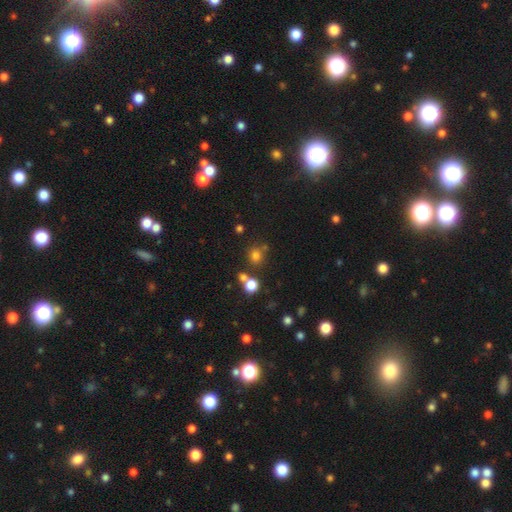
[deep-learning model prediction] Overall: smooth (71%). How rounded: round (86%). Merging: none (71%).